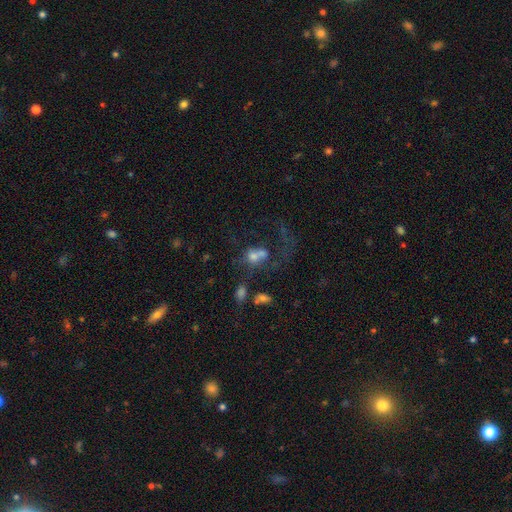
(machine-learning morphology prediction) Overall: smooth (59%; featured or disk 24%). How rounded: in between (49%, tied with round). Merging: merger (49%; major disturbance 22%).